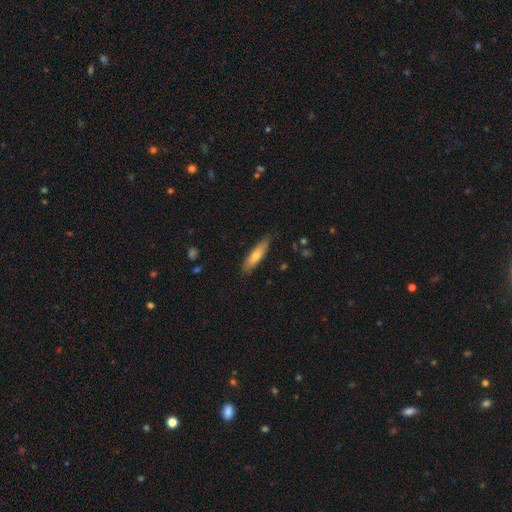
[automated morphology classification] smooth 65%, featured or disk 29%, star or artifact 6%. Down the decision tree: how rounded — cigar-shaped (71%); merging — none (83%).